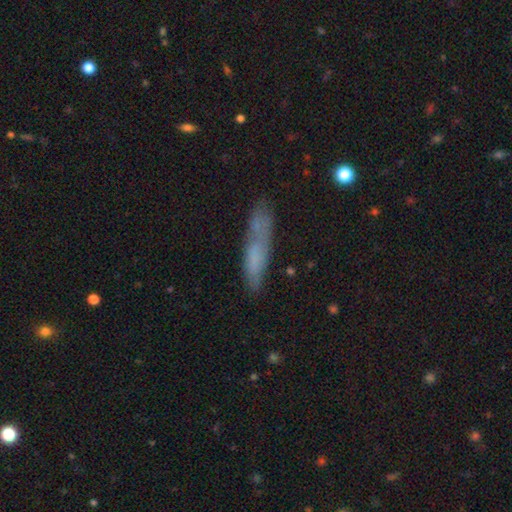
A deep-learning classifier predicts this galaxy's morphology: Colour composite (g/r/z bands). It shows a smooth galaxy with no disk features (63%) that is cigar-shaped (82%). Merging: none (65%).